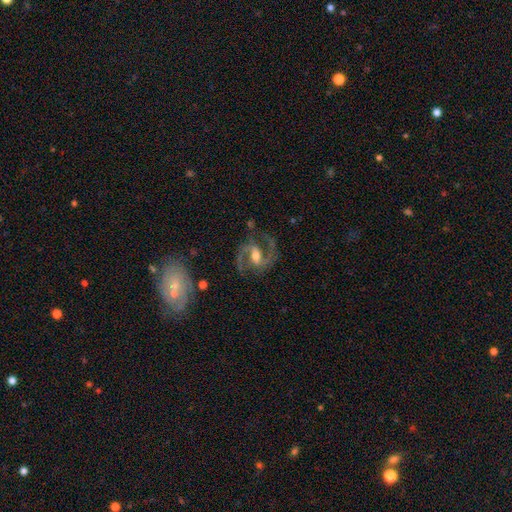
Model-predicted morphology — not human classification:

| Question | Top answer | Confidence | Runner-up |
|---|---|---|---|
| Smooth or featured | featured or disk | 91% | star or artifact (5%) |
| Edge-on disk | no | 98% | yes (2%) |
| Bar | weak | 46% | strong (38%) |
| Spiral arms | yes | 98% | no (2%) |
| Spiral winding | medium | 68% | loose (17%) |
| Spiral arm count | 2 | 93% | 3 (2%) |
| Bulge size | moderate | 62% | small (29%) |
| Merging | none | 77% | minor disturbance (14%) |